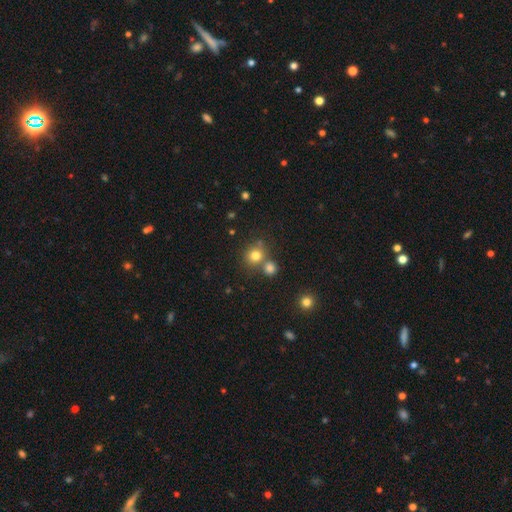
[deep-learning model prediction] The model was most divided on "merging": none: 63%, merger: 26%, minor disturbance: 8%, major disturbance: 3%. More confident: how rounded — round (85%); smooth or featured — smooth (78%).